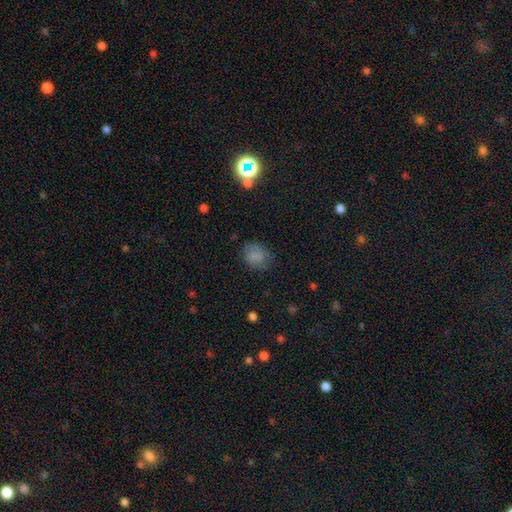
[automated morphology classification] Smooth or featured? Predicted: smooth (p=0.80). How rounded? Predicted: round (p=0.55). Merging? Predicted: none (p=0.77).